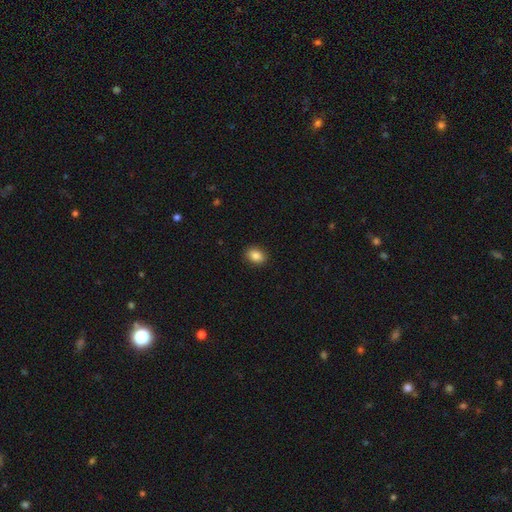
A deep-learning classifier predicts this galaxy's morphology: type=smooth (85%); roundness=in between (66%); merging=none (90%).